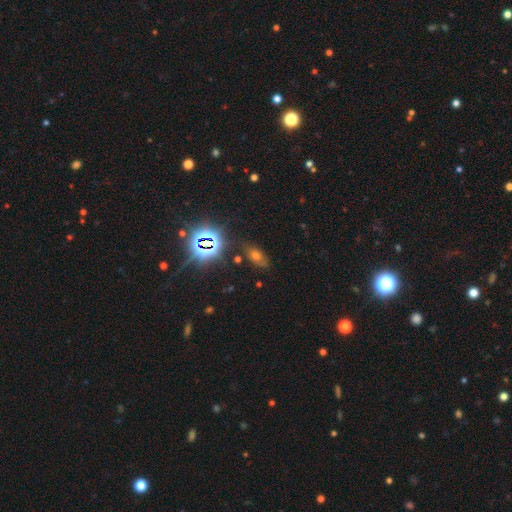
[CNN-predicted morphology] This appears to be a star or artifact, not a galaxy (44%).